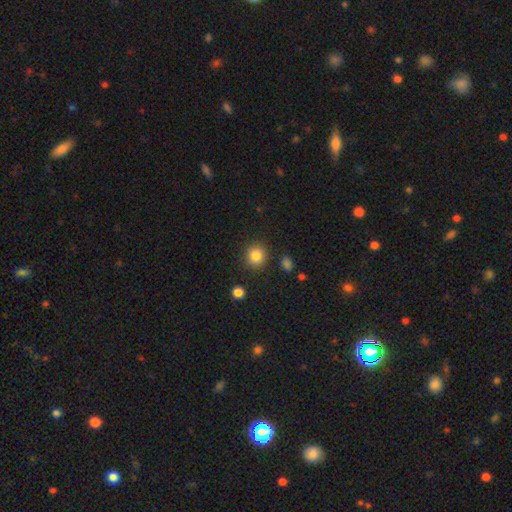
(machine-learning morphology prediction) smooth 85%, star or artifact 10%, featured or disk 5%. Down the decision tree: how rounded — round (86%); merging — none (88%).